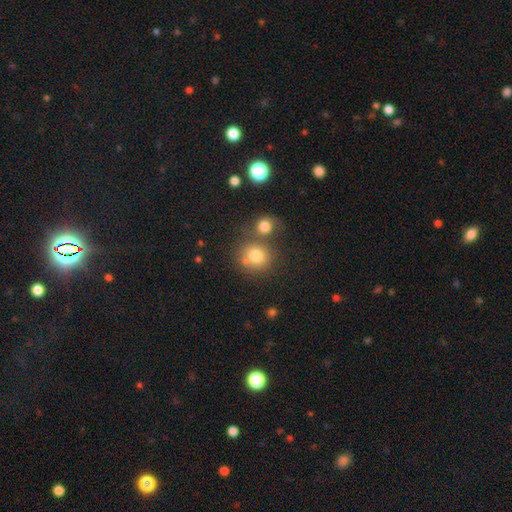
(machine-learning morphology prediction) A smooth galaxy with no disk features (78%) that is round (84%). Merging: none (55%).